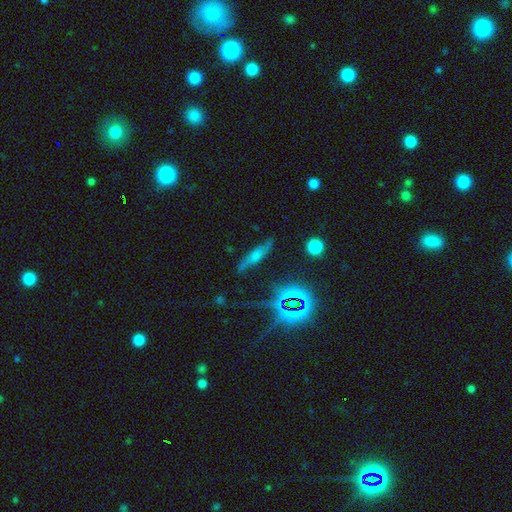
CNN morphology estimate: A featured or disk galaxy (43%).

Vote fractions:
- Smooth or featured? featured or disk: 43% / smooth: 32% / star or artifact: 25%
- Merging? none: 78% / minor disturbance: 15% / major disturbance: 5% / merger: 3%